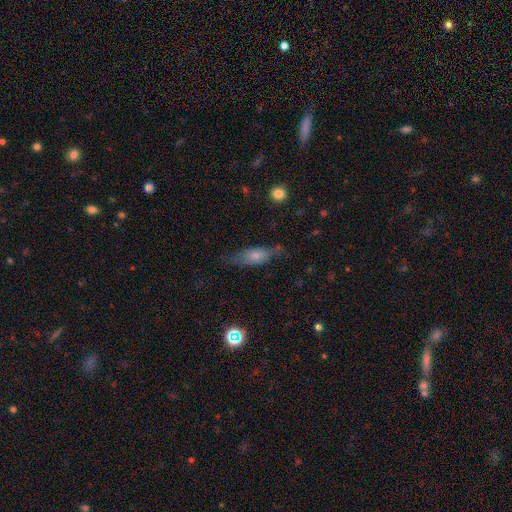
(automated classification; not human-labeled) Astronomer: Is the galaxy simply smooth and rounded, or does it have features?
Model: smooth — 66%.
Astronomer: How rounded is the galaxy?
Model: in between — 65%.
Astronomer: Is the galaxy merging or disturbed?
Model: none — 55% (runner-up: minor disturbance, 30%).